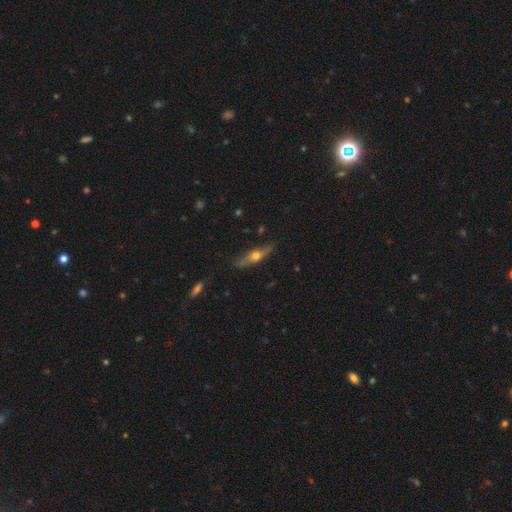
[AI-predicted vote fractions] Smooth or featured?
  - featured or disk: 59% *
  - smooth: 35%
  - star or artifact: 6%
Edge-on disk?
  - yes: 90% *
  - no: 10%
Edge-on bulge?
  - rounded: 94% *
  - none: 4%
  - boxy: 2%
Merging?
  - none: 82% *
  - minor disturbance: 14%
  - major disturbance: 2%
  - merger: 1%